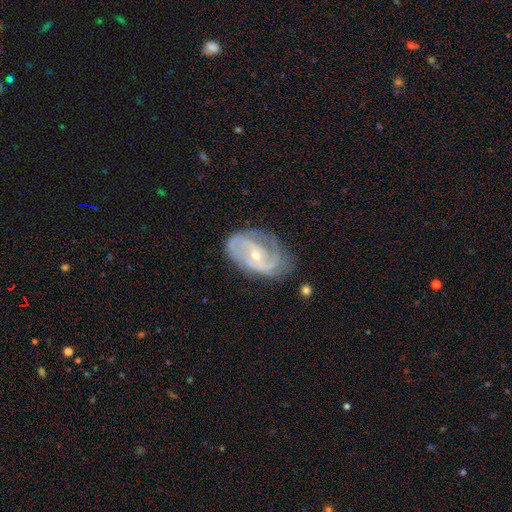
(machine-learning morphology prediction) Smooth or featured? Predicted: featured or disk (p=0.83). Edge-on disk? Predicted: no (p=0.96). Bar? Predicted: no (p=0.50). Spiral arms? Predicted: yes (p=0.91). Spiral winding? Predicted: tight (p=0.43). Spiral arm count? Predicted: 2 (p=0.56). Bulge size? Predicted: small (p=0.62). Merging? Predicted: none (p=0.61).